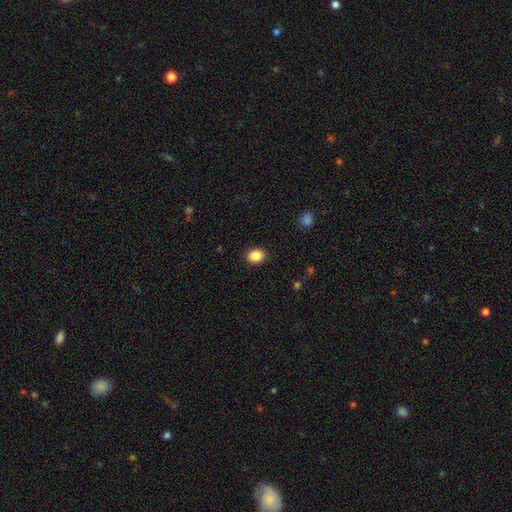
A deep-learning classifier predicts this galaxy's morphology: This is clearly a smooth galaxy (87%). How rounded: possibly in between (52%). Merging: clearly none (89%).